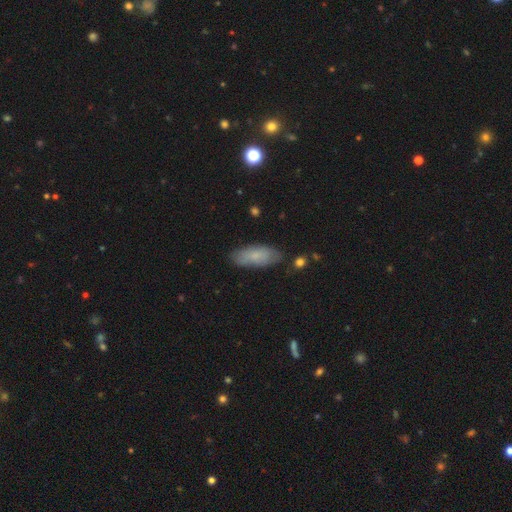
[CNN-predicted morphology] This appears to be a smooth galaxy with no disk features (74%) that is in between round and cigar-shaped (77%). Merging: none (79%).